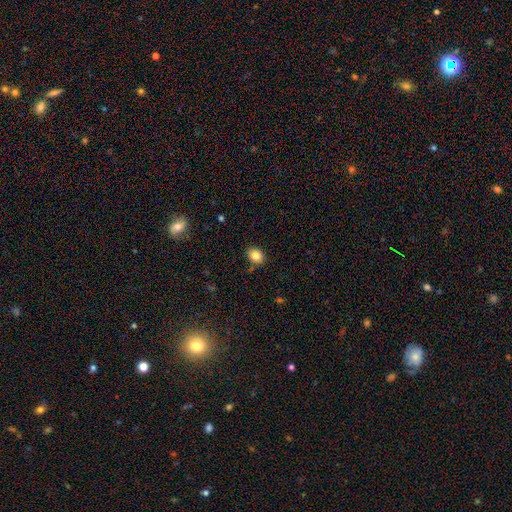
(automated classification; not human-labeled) This is clearly a smooth galaxy (84%). How rounded: likely in between (65%). Merging: clearly none (84%).